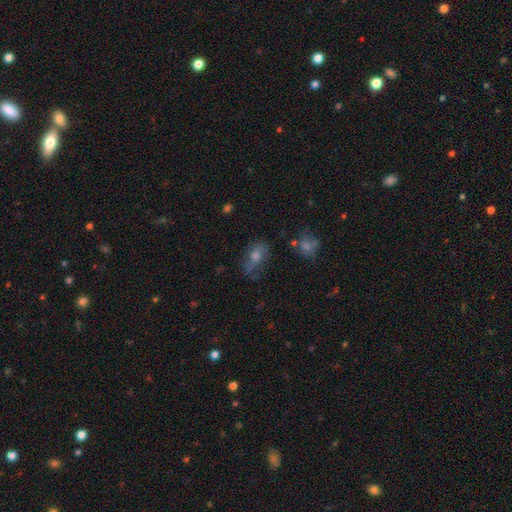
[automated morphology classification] A smooth galaxy with no disk features (52%) that is in between round and cigar-shaped (74%).

Vote fractions:
- Smooth or featured? smooth: 52% / featured or disk: 28% / star or artifact: 20%
- How rounded? in between: 74% / round: 21% / cigar-shaped: 5%
- Merging? none: 59% / minor disturbance: 25% / major disturbance: 13% / merger: 4%